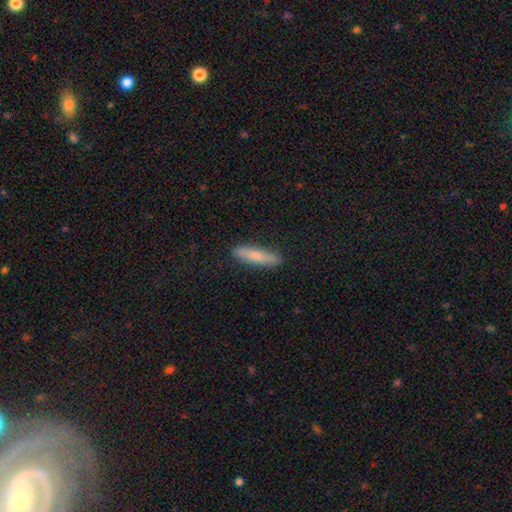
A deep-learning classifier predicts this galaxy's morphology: This appears to be a smooth galaxy with no disk features (73%) that is cigar-shaped (85%). Merging: none (89%).